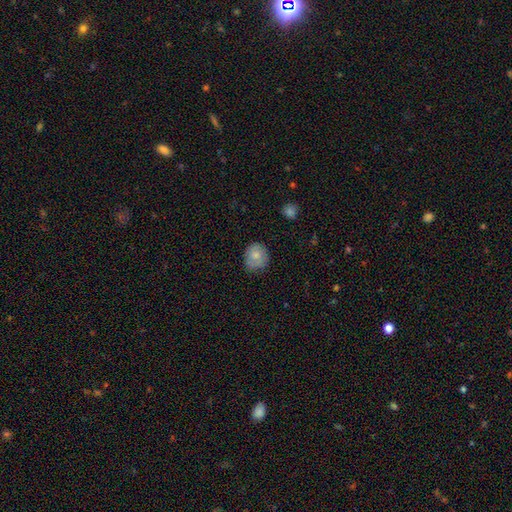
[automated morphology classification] smooth-or-featured: smooth: 78% | featured or disk: 14% | star or artifact: 8%
  how-rounded: round: 70% | in between: 29% | cigar-shaped: 1%
  merging: none: 71% | minor disturbance: 24% | major disturbance: 4% | merger: 1%